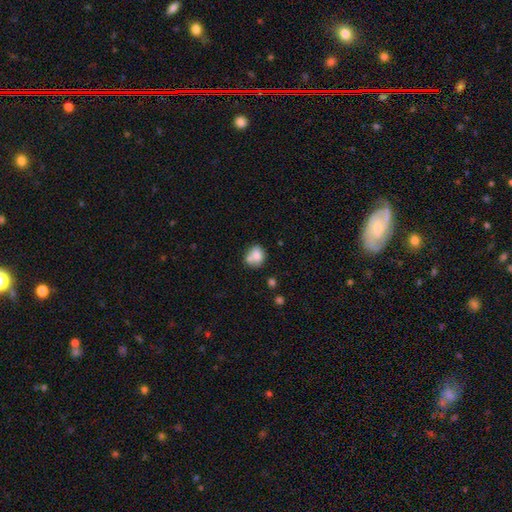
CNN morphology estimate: smooth 72%, featured or disk 19%, star or artifact 9%. Down the decision tree: how rounded — round (56%); merging — none (40%).